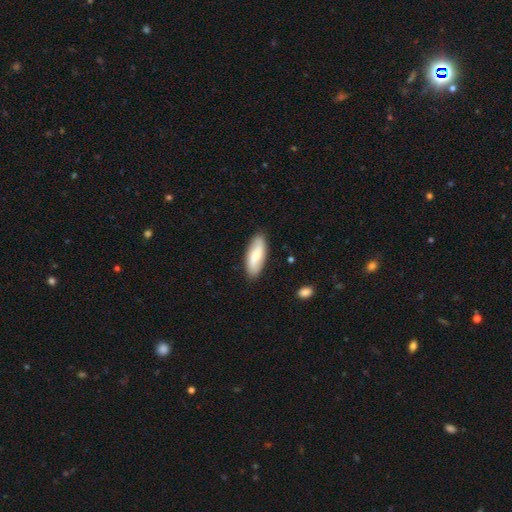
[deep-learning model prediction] smooth-or-featured: smooth: 69% | featured or disk: 25% | star or artifact: 5%
  how-rounded: in between: 73% | cigar-shaped: 25% | round: 2%
  merging: none: 86% | minor disturbance: 10% | major disturbance: 2% | merger: 1%